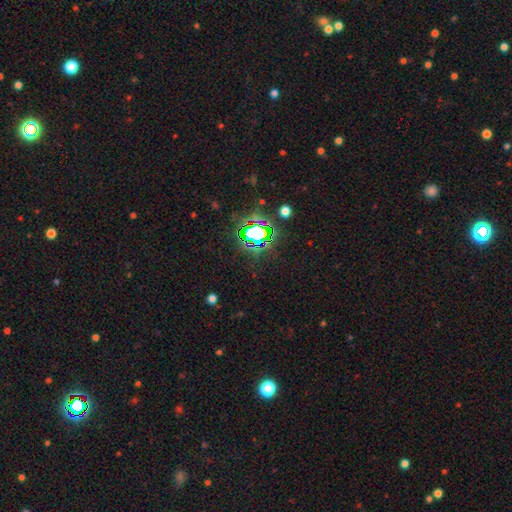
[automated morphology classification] This appears to be a star or artifact, not a galaxy (80%).